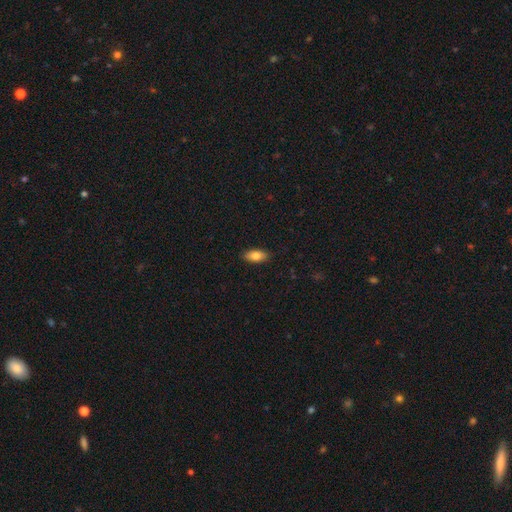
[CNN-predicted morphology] This is clearly a smooth galaxy (81%). How rounded: clearly in between (88%). Merging: clearly none (88%).